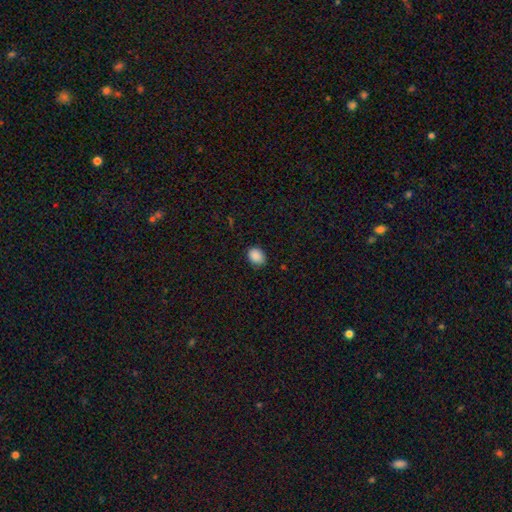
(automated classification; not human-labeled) Smooth or featured? Predicted: smooth (p=0.88). How rounded? Predicted: in between (p=0.60). Merging? Predicted: none (p=0.79).